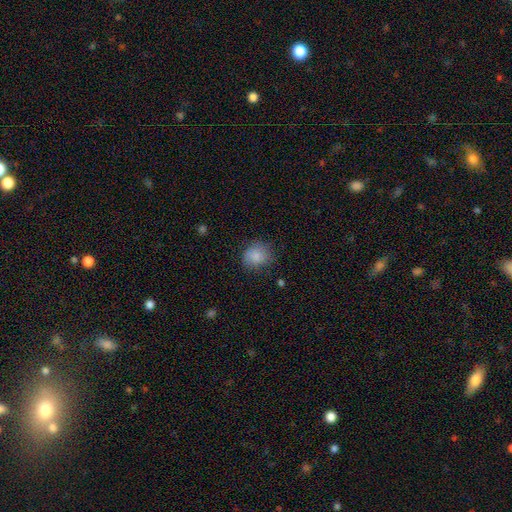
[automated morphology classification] Overall: smooth (85%). How rounded: round (77%). Merging: none (75%).